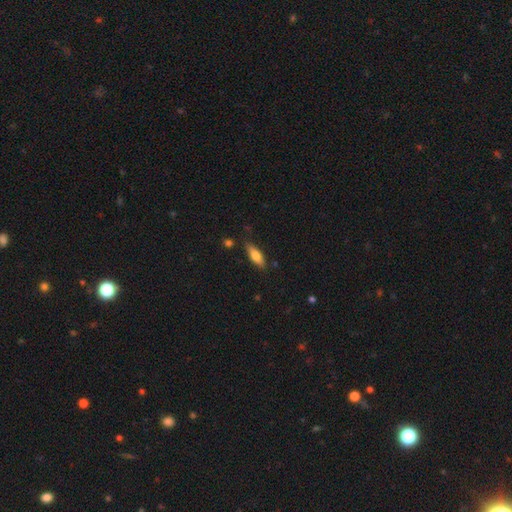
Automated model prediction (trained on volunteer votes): Smooth or featured: smooth — 64% (featured or disk — 30%)
How rounded: in between — 52% (cigar-shaped — 45%)
Merging: none — 83% (minor disturbance — 13%)